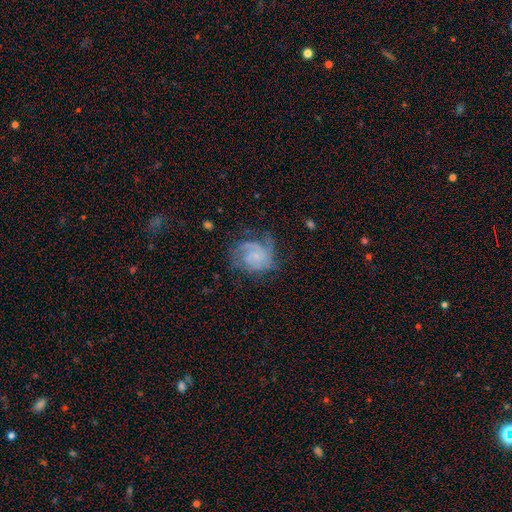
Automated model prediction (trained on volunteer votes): Smooth or featured? featured or disk (74%)
Edge-on disk? no (98%)
Bar? no (63%)
Spiral arms? yes (93%)
Spiral winding? tight (49%)
Spiral arm count? 2 (36%)
Bulge size? small (58%)
Merging? none (61%)